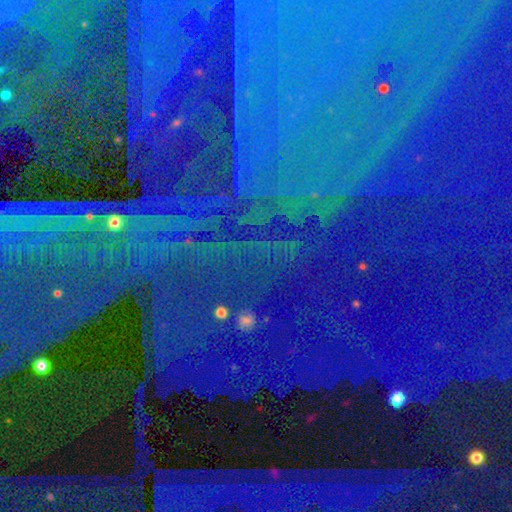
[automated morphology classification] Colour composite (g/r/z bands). It shows a star or artifact, not a galaxy (88%).